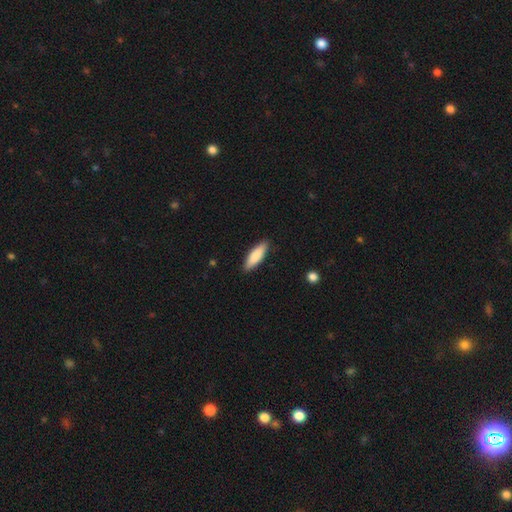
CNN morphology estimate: This is clearly a smooth galaxy (83%). How rounded: possibly cigar-shaped (54%). Merging: clearly none (89%).